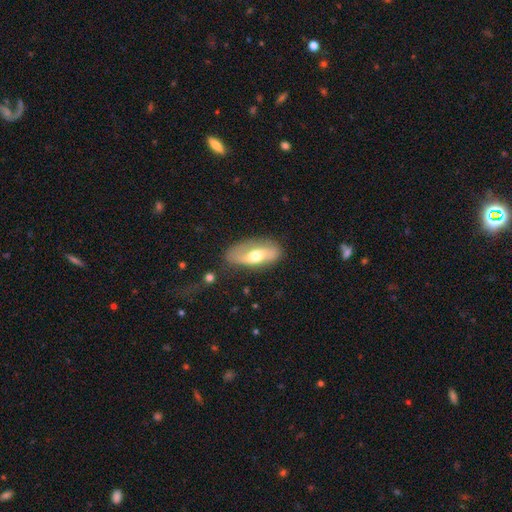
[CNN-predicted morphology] Smooth or featured? Predicted: featured or disk (p=0.49). Merging? Predicted: none (p=0.69).